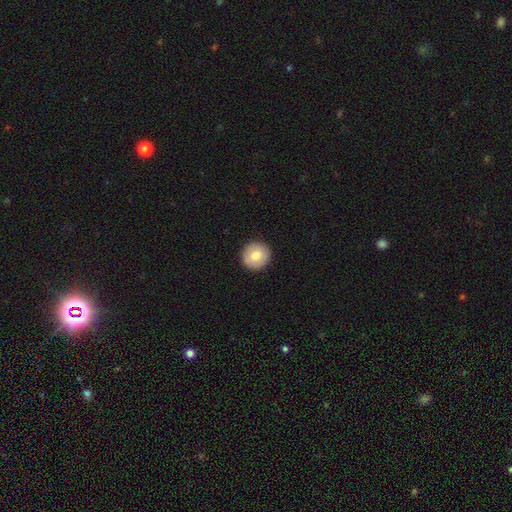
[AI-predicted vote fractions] This appears to be a smooth galaxy with no disk features (78%) that is round (95%). Merging: none (92%).